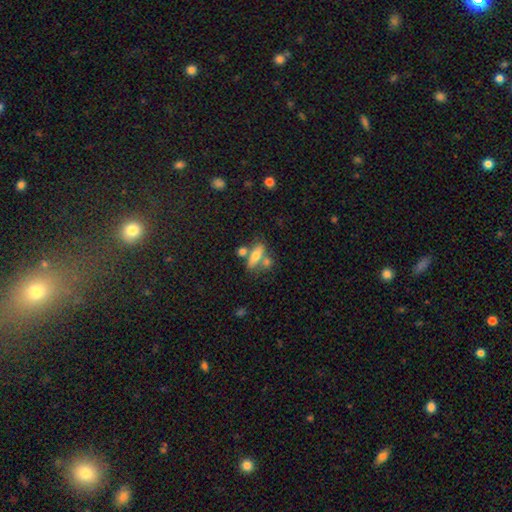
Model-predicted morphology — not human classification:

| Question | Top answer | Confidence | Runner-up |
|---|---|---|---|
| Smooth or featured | smooth | 60% | featured or disk (31%) |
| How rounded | in between | 60% | cigar-shaped (35%) |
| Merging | none | 51% | merger (30%) |